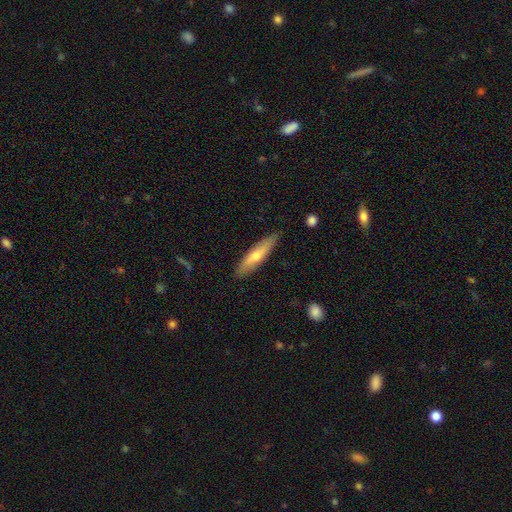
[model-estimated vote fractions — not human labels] Q: Smooth or featured?
A: smooth (56%); runner-up: featured or disk (38%)
Q: How rounded?
A: cigar-shaped (78%); runner-up: in between (20%)
Q: Merging?
A: none (85%); runner-up: minor disturbance (12%)